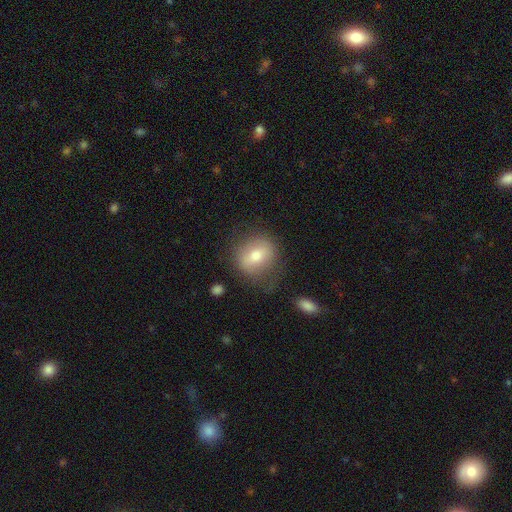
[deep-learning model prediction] smooth-or-featured: smooth: 62% | featured or disk: 30% | star or artifact: 9%
  how-rounded: round: 66% | in between: 32% | cigar-shaped: 2%
  merging: none: 72% | minor disturbance: 18% | major disturbance: 8% | merger: 2%